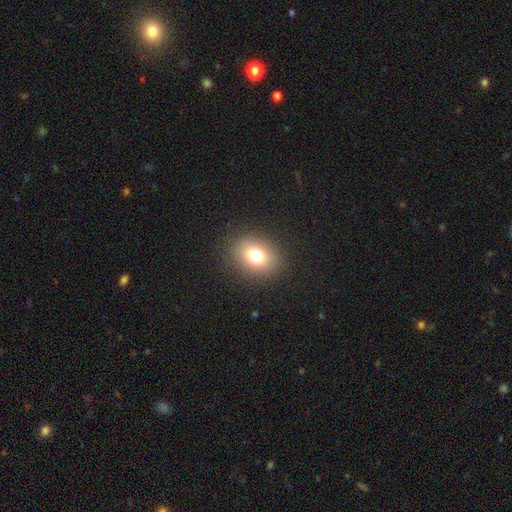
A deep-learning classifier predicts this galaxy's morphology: A smooth galaxy with no disk features (77%) that is in between round and cigar-shaped (52%). Merging: none (89%).